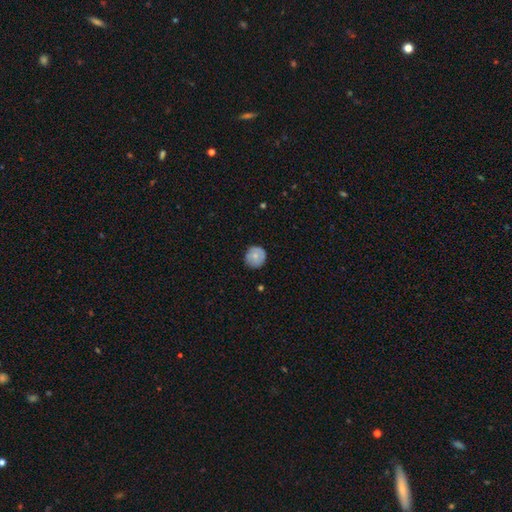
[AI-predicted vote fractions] This is likely a smooth galaxy (70%). How rounded: clearly round (91%). Merging: likely none (79%).